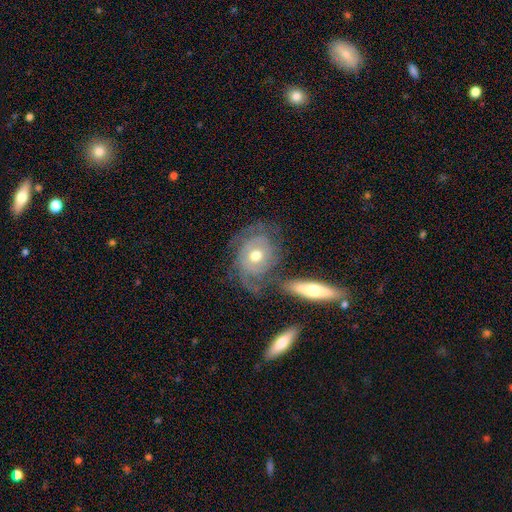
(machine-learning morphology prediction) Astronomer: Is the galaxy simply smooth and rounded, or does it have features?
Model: featured or disk — 65%.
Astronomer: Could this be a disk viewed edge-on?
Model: no — 93%.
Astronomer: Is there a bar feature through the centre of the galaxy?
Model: no — 80%.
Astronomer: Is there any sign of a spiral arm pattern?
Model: yes — 74%.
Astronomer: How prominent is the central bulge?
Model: moderate — 76%.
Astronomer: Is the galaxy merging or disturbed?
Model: none — 46%.